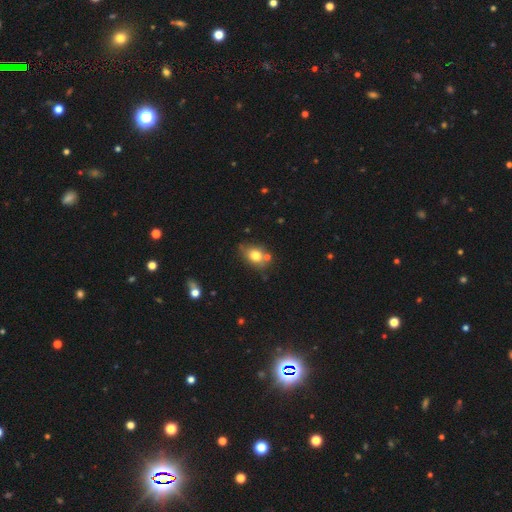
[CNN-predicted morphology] Smooth or featured: smooth — 75% (featured or disk — 15%)
How rounded: in between — 60% (round — 38%)
Merging: none — 60% (minor disturbance — 19%)